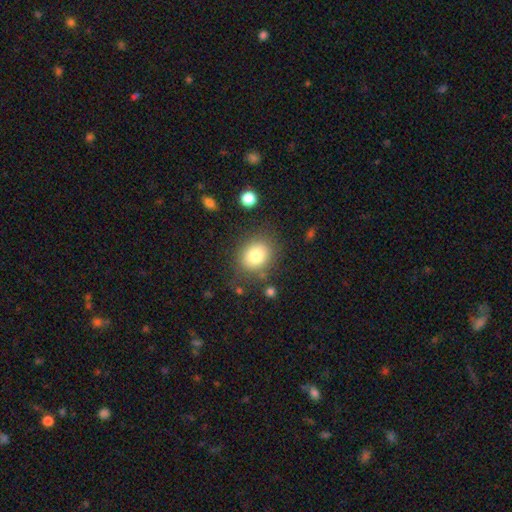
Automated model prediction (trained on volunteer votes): A smooth galaxy with no disk features (79%) that is round (65%).

Vote fractions:
- Smooth or featured? smooth: 79% / featured or disk: 11% / star or artifact: 10%
- How rounded? round: 65% / in between: 34% / cigar-shaped: 1%
- Merging? none: 78% / minor disturbance: 13% / major disturbance: 5% / merger: 4%